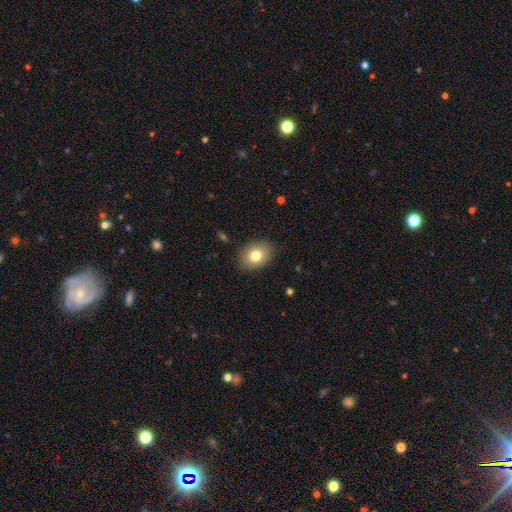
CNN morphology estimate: Smooth or featured? Predicted: smooth (p=0.79). How rounded? Predicted: in between (p=0.66). Merging? Predicted: none (p=0.87).